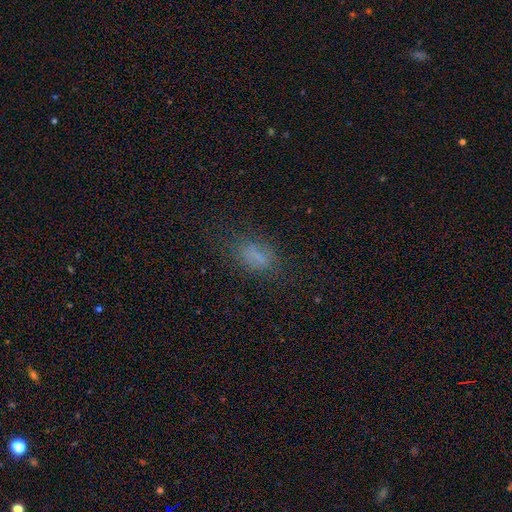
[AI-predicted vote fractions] Morphology: type=smooth (67%); roundness=in between (80%); merging=none (67%).